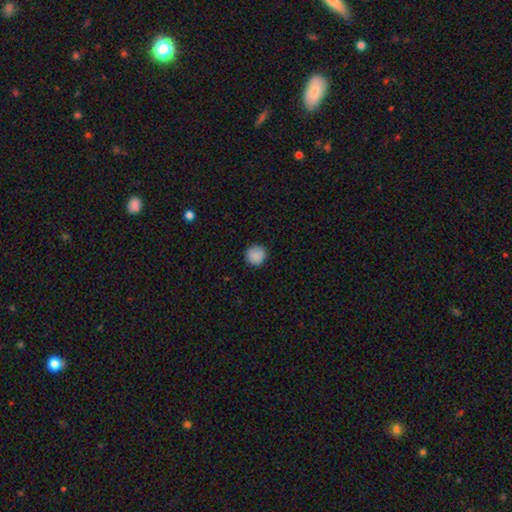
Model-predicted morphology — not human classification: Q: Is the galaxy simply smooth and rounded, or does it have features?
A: smooth — 88%.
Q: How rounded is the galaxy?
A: round — 93%.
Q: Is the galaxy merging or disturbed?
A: none — 89%.